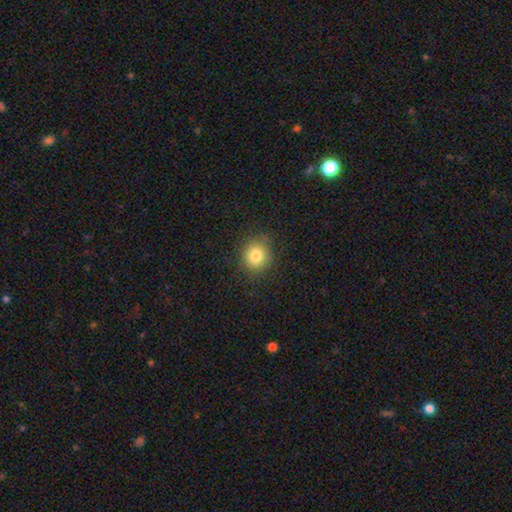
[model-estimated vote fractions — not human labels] Smooth or featured? smooth (82%)
How rounded? round (87%)
Merging? none (86%)